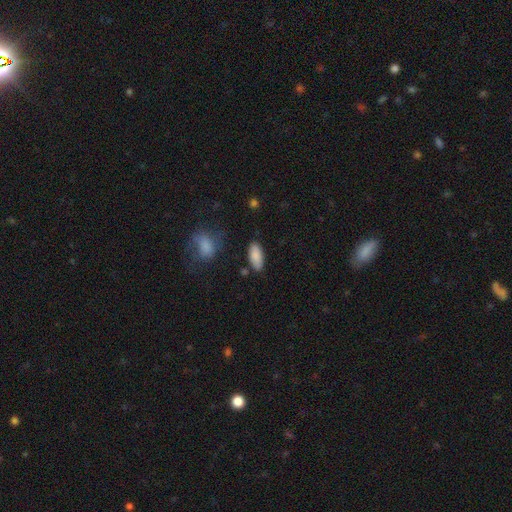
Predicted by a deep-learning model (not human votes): A smooth galaxy with no disk features (87%) that is in between round and cigar-shaped (85%). Merging: none (82%).